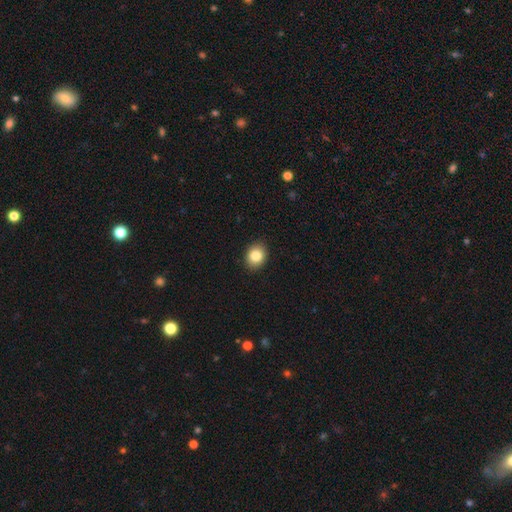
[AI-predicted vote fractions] This is clearly a smooth galaxy (84%). How rounded: possibly round (53%). Merging: clearly none (90%).